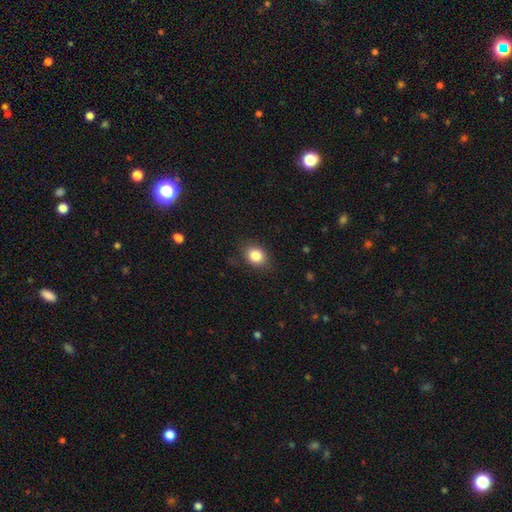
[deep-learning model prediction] A smooth galaxy with no disk features (84%) that is in between round and cigar-shaped (54%). Merging: none (83%).